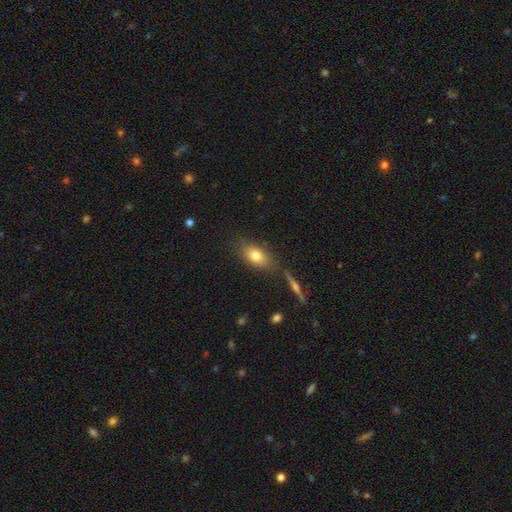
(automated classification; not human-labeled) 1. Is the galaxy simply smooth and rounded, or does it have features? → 76% smooth, 15% featured or disk, 9% star or artifact.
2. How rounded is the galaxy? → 84% in between, 10% round, 7% cigar-shaped.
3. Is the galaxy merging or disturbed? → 73% none, 14% minor disturbance, 9% merger, 4% major disturbance.